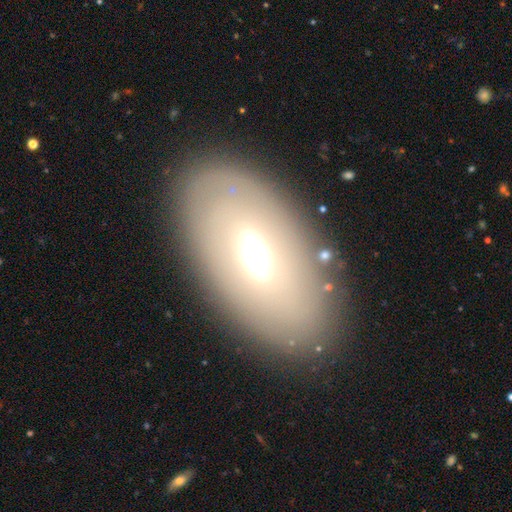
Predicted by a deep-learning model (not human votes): Q: Smooth or featured?
A: featured or disk (51%); runner-up: smooth (37%)
Q: Edge-on disk?
A: no (64%); runner-up: yes (36%)
Q: Merging?
A: none (79%); runner-up: minor disturbance (12%)